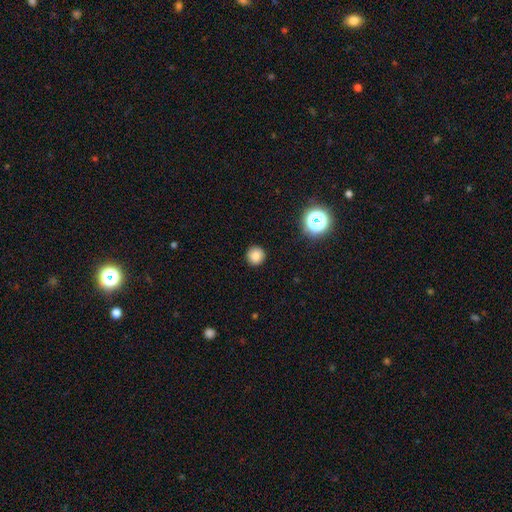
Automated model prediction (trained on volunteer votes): smooth 83%, star or artifact 13%, featured or disk 5%. Down the decision tree: how rounded — round (95%); merging — none (91%).